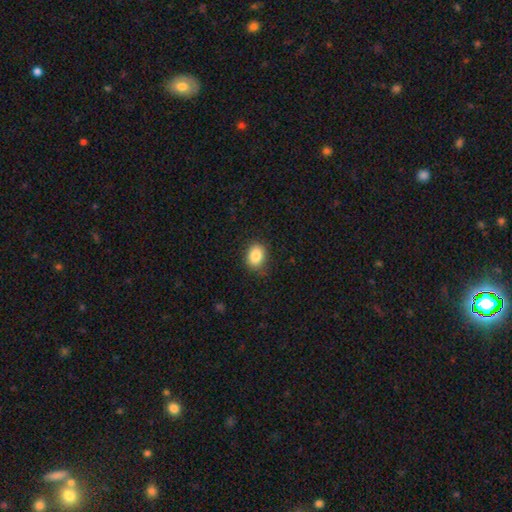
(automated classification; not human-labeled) Smooth or featured?
  - smooth: 86% *
  - star or artifact: 9%
  - featured or disk: 5%
How rounded?
  - in between: 59% *
  - round: 40%
  - cigar-shaped: 1%
Merging?
  - none: 81% *
  - minor disturbance: 15%
  - major disturbance: 3%
  - merger: 1%